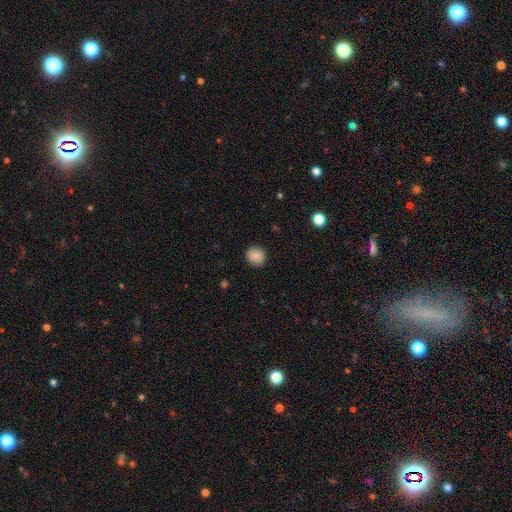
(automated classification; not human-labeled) Overall: smooth (88%). How rounded: round (80%). Merging: none (88%).